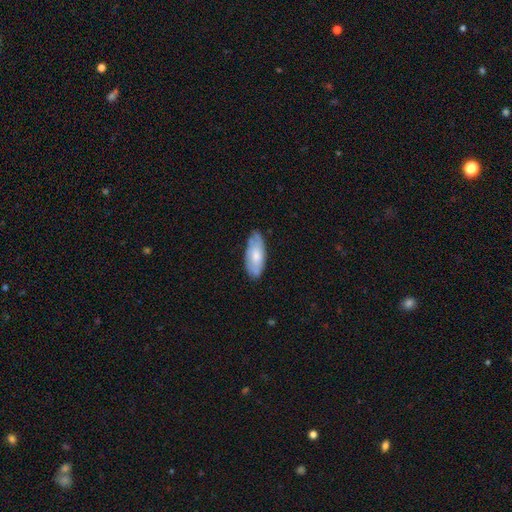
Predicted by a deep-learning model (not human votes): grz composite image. It shows a smooth galaxy with no disk features (57%) that is in between round and cigar-shaped (84%). Merging: none (71%).